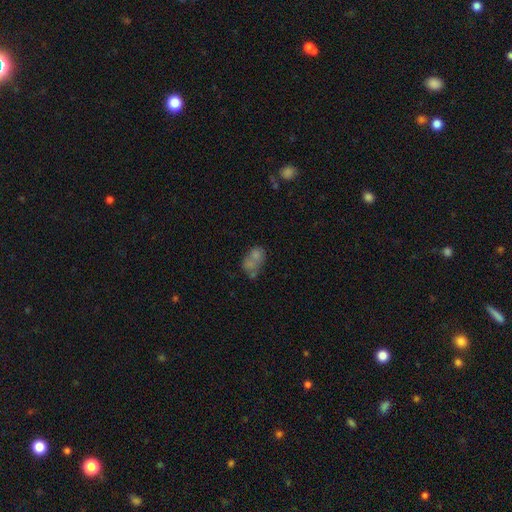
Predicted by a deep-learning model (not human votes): Smooth or featured?
  - smooth: 58% *
  - featured or disk: 25%
  - star or artifact: 17%
How rounded?
  - in between: 75% *
  - round: 22%
  - cigar-shaped: 3%
Merging?
  - merger: 41% *
  - none: 32%
  - minor disturbance: 14%
  - major disturbance: 13%